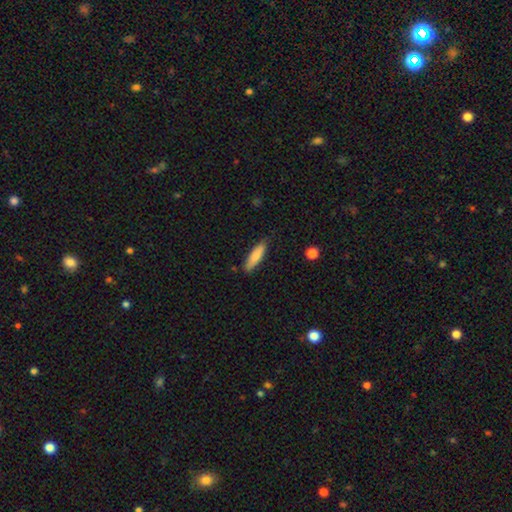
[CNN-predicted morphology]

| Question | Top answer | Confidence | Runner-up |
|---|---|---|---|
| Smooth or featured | smooth | 83% | featured or disk (11%) |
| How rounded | cigar-shaped | 69% | in between (29%) |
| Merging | none | 80% | minor disturbance (16%) |